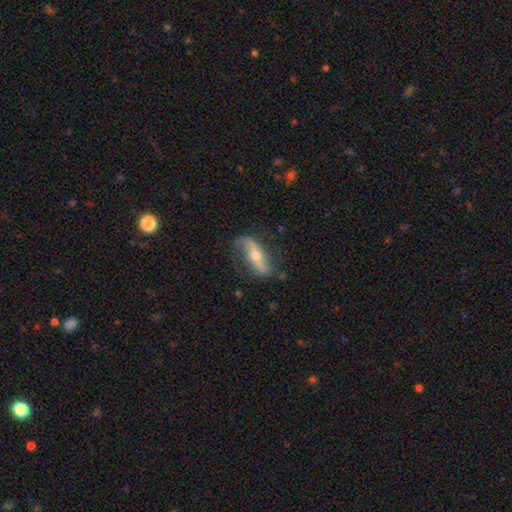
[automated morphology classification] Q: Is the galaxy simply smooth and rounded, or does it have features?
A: featured or disk — 70%.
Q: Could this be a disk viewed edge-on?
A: no — 63%.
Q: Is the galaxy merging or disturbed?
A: none — 72%.